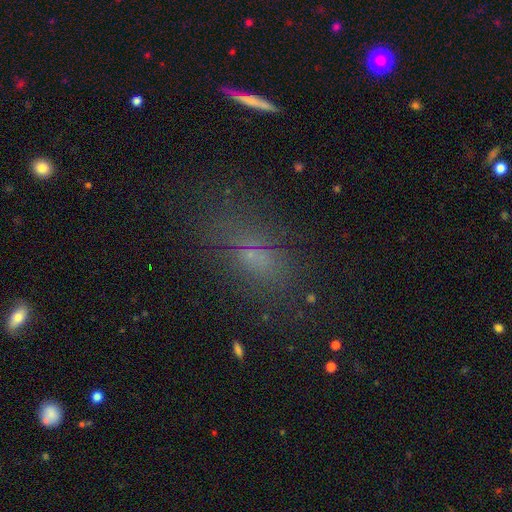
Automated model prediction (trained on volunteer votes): Smooth or featured: smooth — 53% (star or artifact — 27%)
How rounded: in between — 68% (cigar-shaped — 20%)
Merging: none — 66% (minor disturbance — 17%)